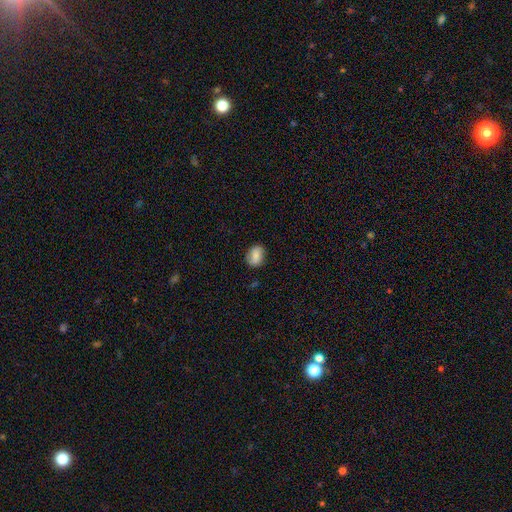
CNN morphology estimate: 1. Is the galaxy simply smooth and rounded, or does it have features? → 75% smooth, 16% featured or disk, 8% star or artifact.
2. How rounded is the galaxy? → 61% in between, 38% round, 2% cigar-shaped.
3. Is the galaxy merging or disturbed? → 80% none, 15% minor disturbance, 4% major disturbance, 1% merger.